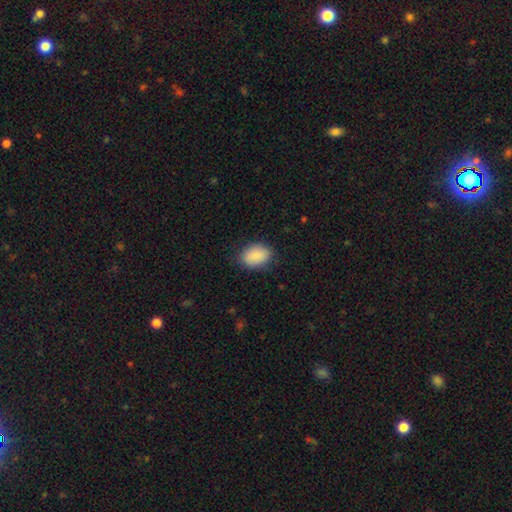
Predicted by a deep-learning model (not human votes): A smooth galaxy with no disk features (89%) that is in between round and cigar-shaped (80%). Merging: none (84%).